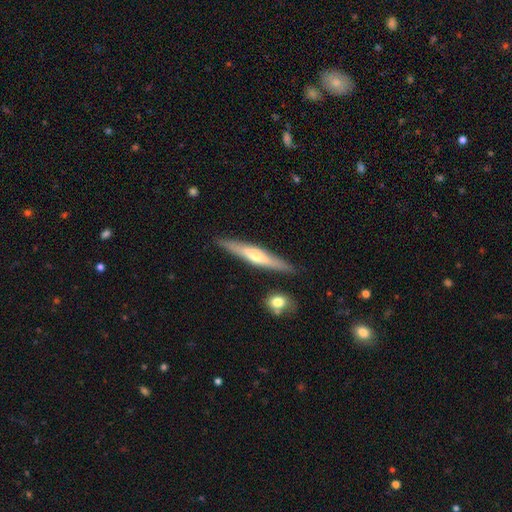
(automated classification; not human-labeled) Morphology: type=featured or disk (58%); edge-on=yes (92%); edge-on bulge=rounded (83%); merging=none (87%).